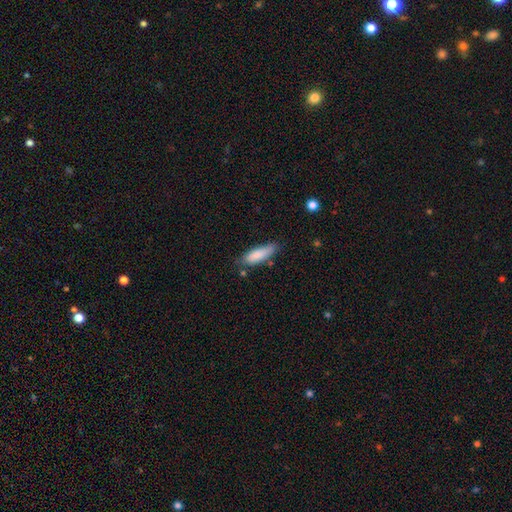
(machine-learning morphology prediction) This appears to be a smooth galaxy with no disk features (84%) that is in between round and cigar-shaped (51%). Merging: none (69%).